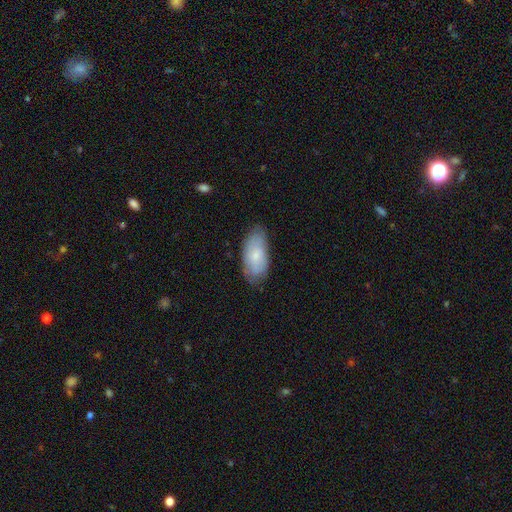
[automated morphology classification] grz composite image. It shows a smooth galaxy with no disk features (72%) that is in between round and cigar-shaped (91%). Merging: none (72%).